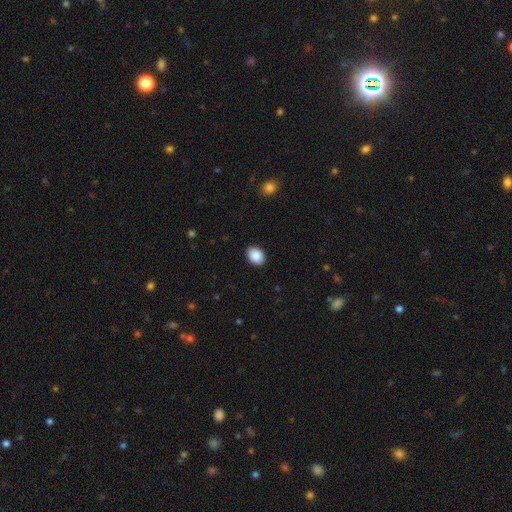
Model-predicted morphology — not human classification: The model was most divided on "how rounded": in between: 76%, round: 23%, cigar-shaped: 1%. More confident: merging — none (90%); smooth or featured — smooth (90%).